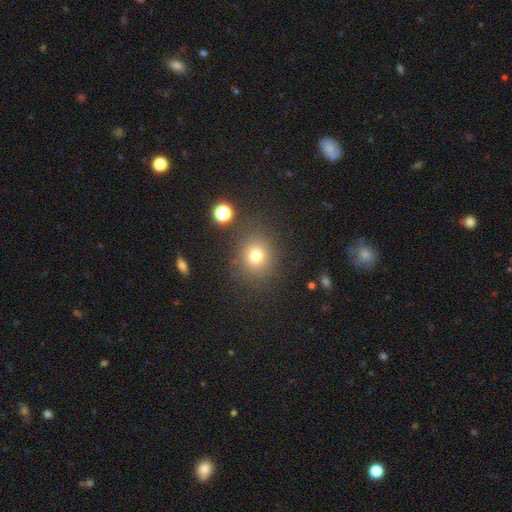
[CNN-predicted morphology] Overall: smooth (75%). How rounded: round (78%). Merging: none (83%).